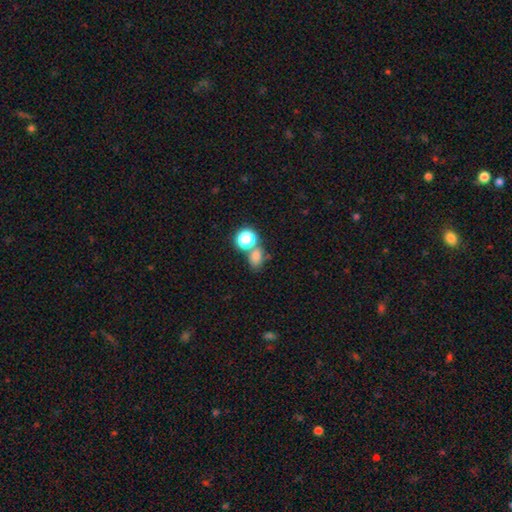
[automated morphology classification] This appears to be a smooth galaxy with no disk features (71%) that is in between round and cigar-shaped (54%). Merging: none (56%).